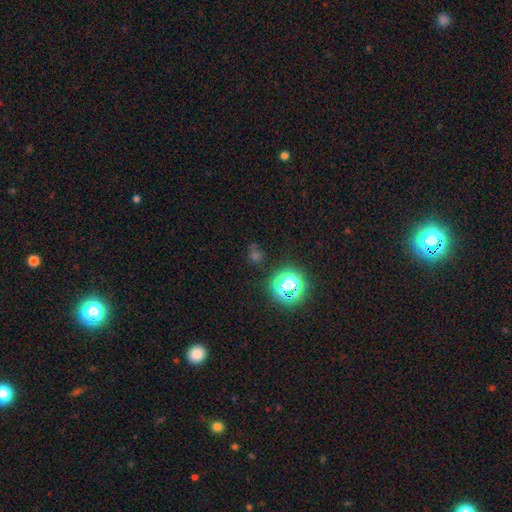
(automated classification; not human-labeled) Q: Smooth or featured?
A: star or artifact (54%); runner-up: smooth (39%)